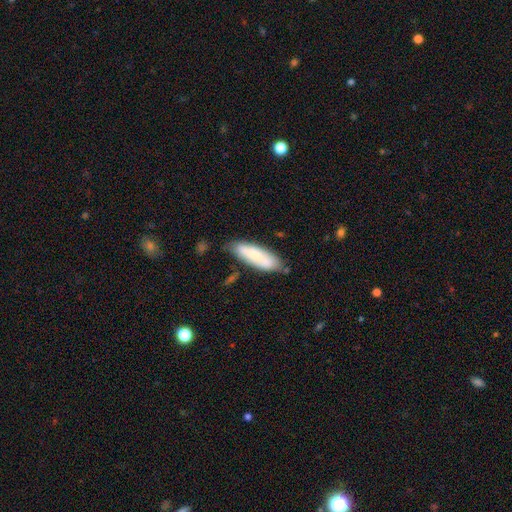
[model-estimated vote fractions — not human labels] Q: Smooth or featured?
A: smooth (71%); runner-up: featured or disk (23%)
Q: How rounded?
A: in between (51%); runner-up: cigar-shaped (47%)
Q: Merging?
A: none (70%); runner-up: minor disturbance (21%)